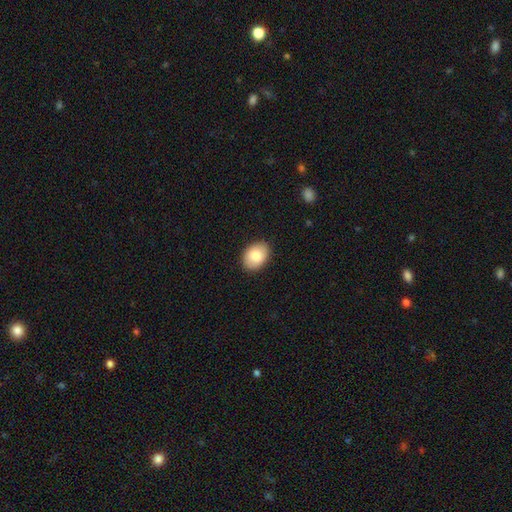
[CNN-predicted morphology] Smooth or featured? Predicted: smooth (p=0.86). How rounded? Predicted: in between (p=0.76). Merging? Predicted: none (p=0.88).